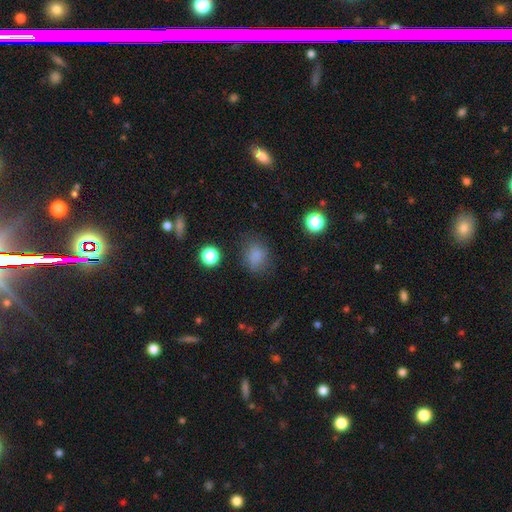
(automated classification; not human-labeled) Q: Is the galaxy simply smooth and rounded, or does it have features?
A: smooth — 79%.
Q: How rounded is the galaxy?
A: round — 51%.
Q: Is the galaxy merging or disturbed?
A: none — 73%.